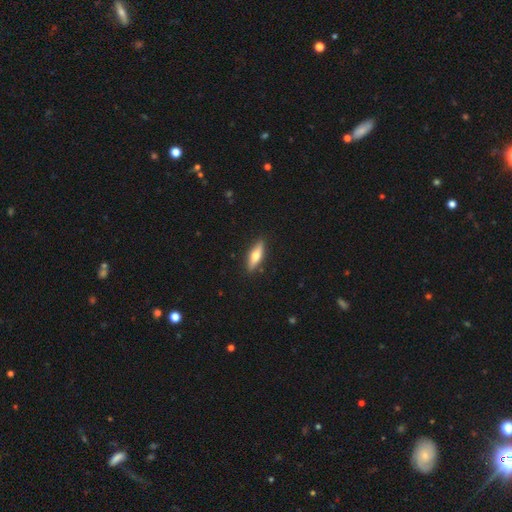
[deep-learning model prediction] Q: Smooth or featured?
A: smooth (58%); runner-up: featured or disk (36%)
Q: How rounded?
A: cigar-shaped (54%); runner-up: in between (43%)
Q: Merging?
A: none (89%); runner-up: minor disturbance (8%)